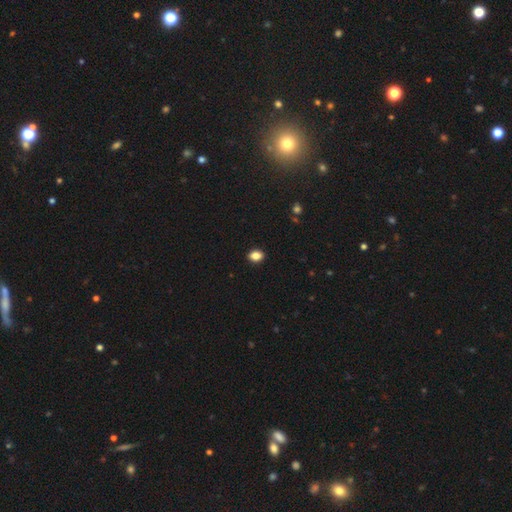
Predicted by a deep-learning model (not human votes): Morphology: type=smooth (86%); roundness=in between (64%); merging=none (90%).